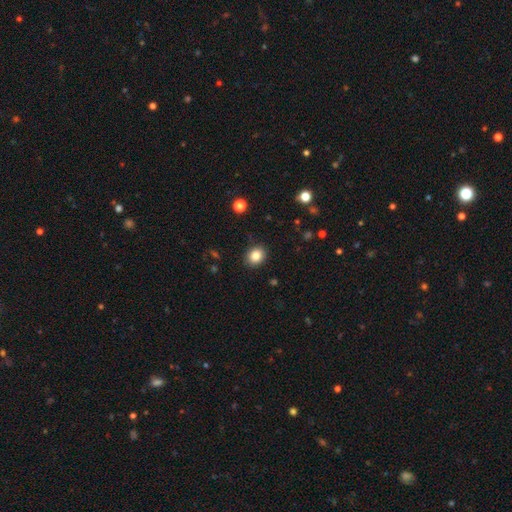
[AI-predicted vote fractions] Overall: smooth (85%). How rounded: round (60%; in between 40%). Merging: none (89%).